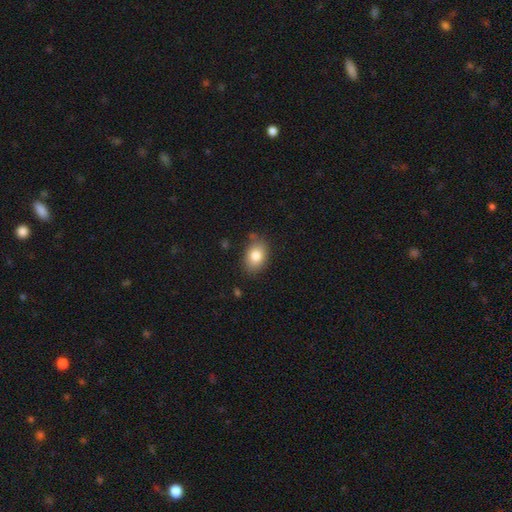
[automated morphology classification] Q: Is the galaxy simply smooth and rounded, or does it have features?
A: smooth — 83%.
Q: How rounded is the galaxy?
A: in between — 78%.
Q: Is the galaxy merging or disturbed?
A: none — 78%.